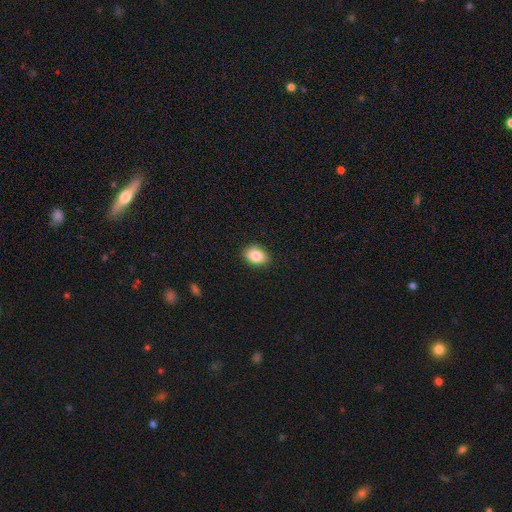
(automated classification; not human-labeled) smooth 84%, star or artifact 8%, featured or disk 7%. Down the decision tree: how rounded — in between (80%); merging — none (88%).